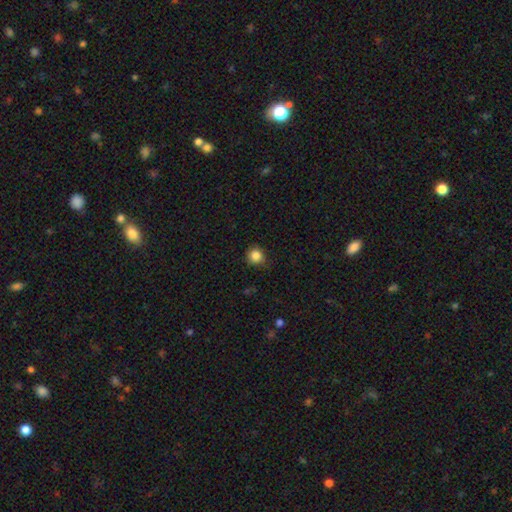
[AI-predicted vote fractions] This is clearly a smooth galaxy (84%). How rounded: clearly round (92%). Merging: clearly none (81%).